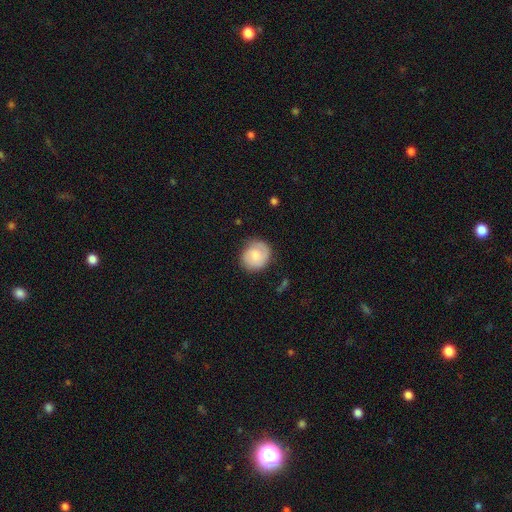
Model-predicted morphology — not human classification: Smooth or featured?
  - smooth: 58% *
  - featured or disk: 35%
  - star or artifact: 7%
How rounded?
  - round: 80% *
  - in between: 19%
  - cigar-shaped: 1%
Merging?
  - none: 76% *
  - minor disturbance: 17%
  - major disturbance: 5%
  - merger: 1%